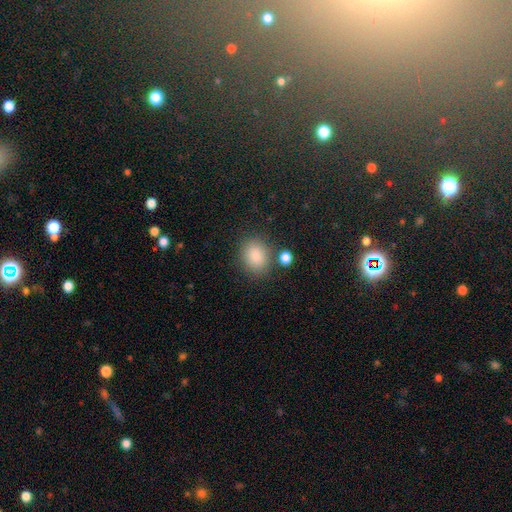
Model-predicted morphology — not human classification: Smooth or featured? smooth (86%)
How rounded? round (53%)
Merging? none (76%)